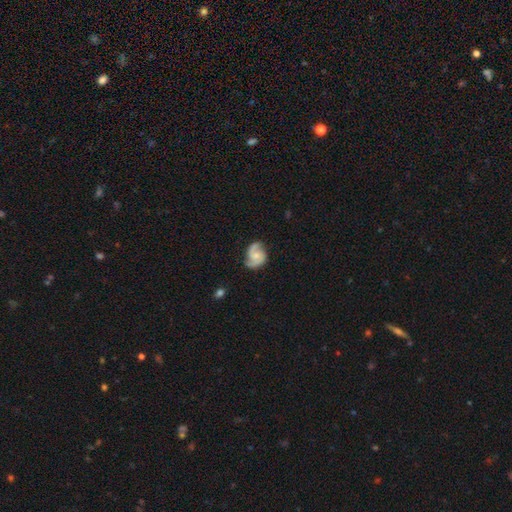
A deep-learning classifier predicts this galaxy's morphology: Q: Smooth or featured?
A: featured or disk (83%); runner-up: smooth (11%)
Q: Edge-on disk?
A: no (98%); runner-up: yes (2%)
Q: Bar?
A: no (62%); runner-up: weak (32%)
Q: Spiral arms?
A: yes (97%); runner-up: no (3%)
Q: Spiral winding?
A: medium (53%); runner-up: tight (24%)
Q: Spiral arm count?
A: 2 (88%); runner-up: 3 (4%)
Q: Bulge size?
A: small (55%); runner-up: moderate (31%)
Q: Merging?
A: none (71%); runner-up: minor disturbance (20%)